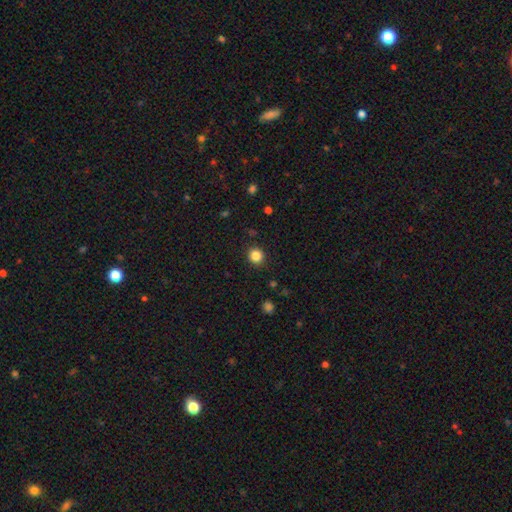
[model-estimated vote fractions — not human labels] Q: Smooth or featured?
A: smooth (85%); runner-up: star or artifact (11%)
Q: How rounded?
A: round (90%); runner-up: in between (9%)
Q: Merging?
A: none (90%); runner-up: minor disturbance (6%)